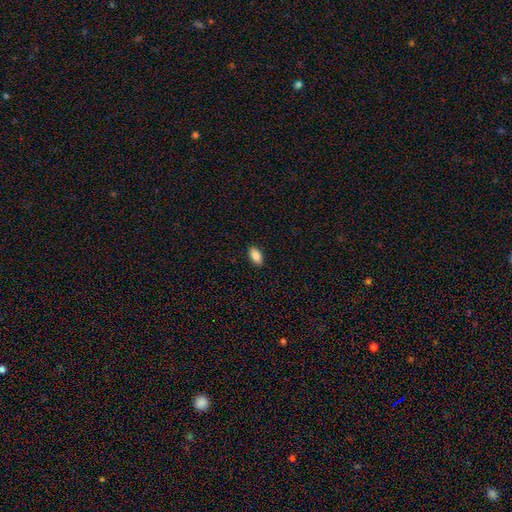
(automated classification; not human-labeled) Morphology: type=smooth (86%); roundness=in between (92%); merging=none (90%).